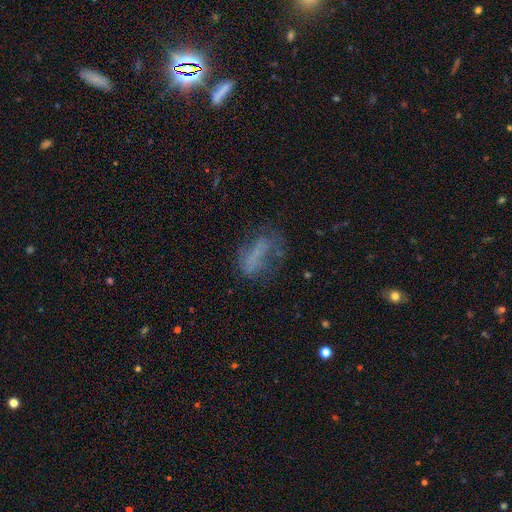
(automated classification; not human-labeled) A smooth galaxy with no disk features (46%).

Vote fractions:
- Smooth or featured? smooth: 46% / featured or disk: 36% / star or artifact: 18%
- Merging? none: 41% / major disturbance: 30% / minor disturbance: 24% / merger: 5%